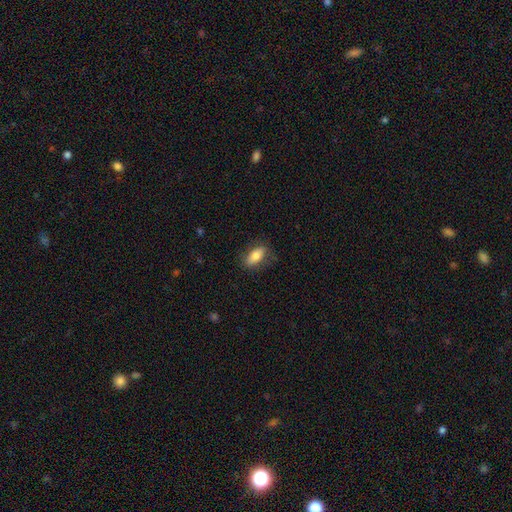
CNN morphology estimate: This is likely a smooth galaxy (77%). How rounded: clearly in between (83%). Merging: likely none (77%).